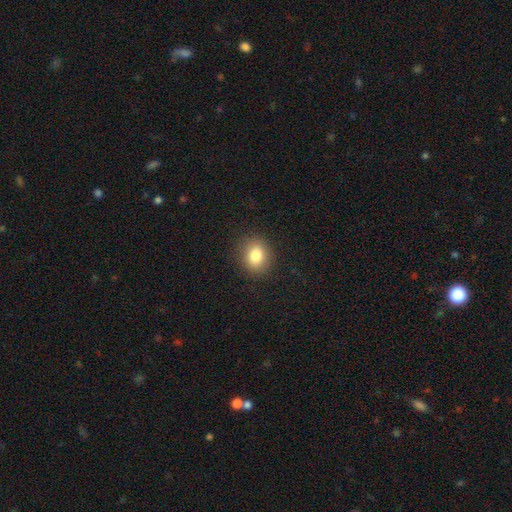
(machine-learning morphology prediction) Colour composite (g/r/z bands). It shows a smooth galaxy with no disk features (83%) that is round (56%). Merging: none (88%).